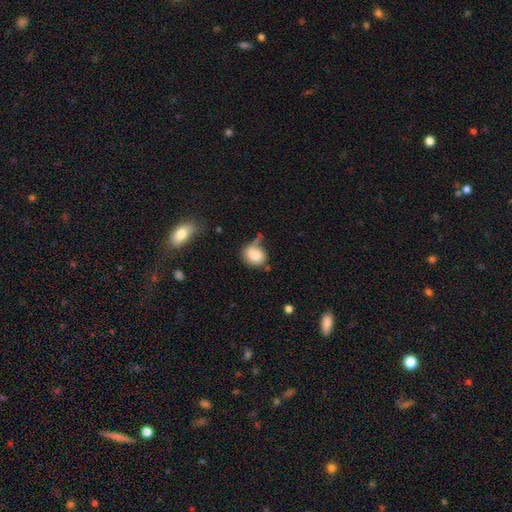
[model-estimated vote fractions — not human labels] Smooth or featured? Predicted: smooth (p=0.81). How rounded? Predicted: round (p=0.54). Merging? Predicted: none (p=0.47).